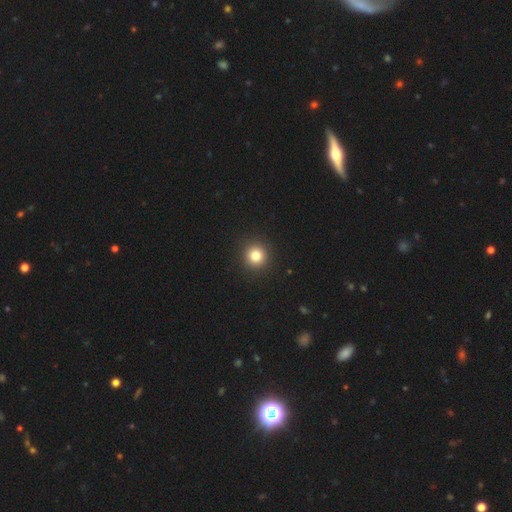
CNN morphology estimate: type=smooth (82%); roundness=round (94%); merging=none (93%).